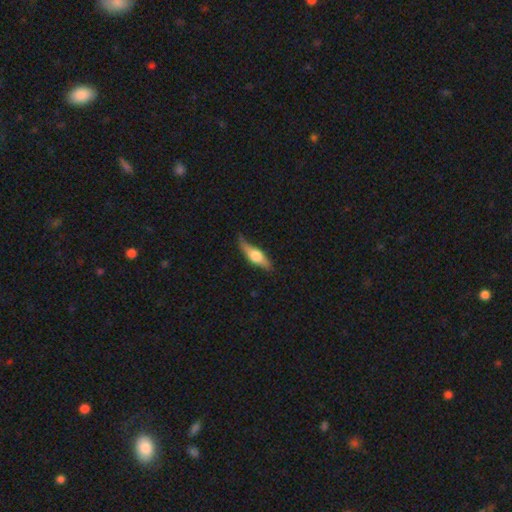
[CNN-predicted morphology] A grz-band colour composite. It shows a featured or disk galaxy (51%) viewed edge-on (90%). Merging: none (72%).